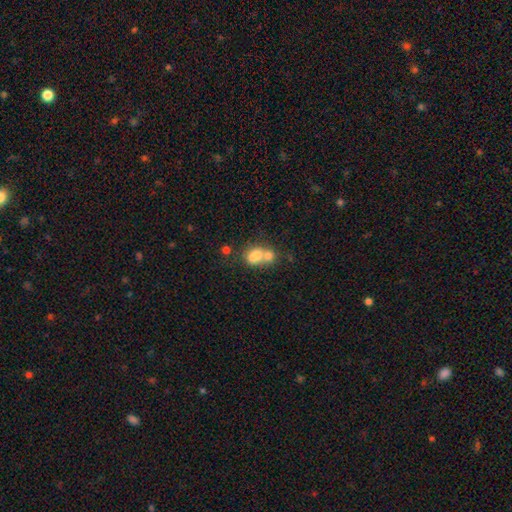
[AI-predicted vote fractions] This is likely a smooth galaxy (69%). How rounded: possibly in between (55%). Merging: likely merger (66%).